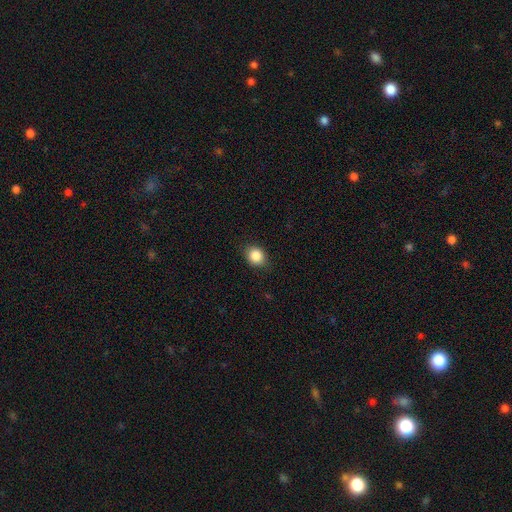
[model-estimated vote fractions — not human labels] This is clearly a smooth galaxy (86%). How rounded: possibly round (60%). Merging: clearly none (85%).